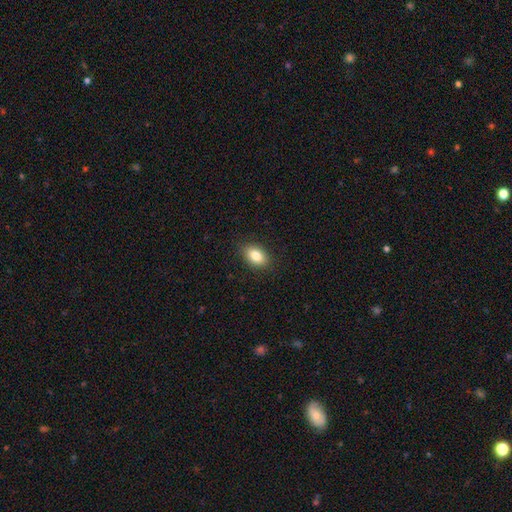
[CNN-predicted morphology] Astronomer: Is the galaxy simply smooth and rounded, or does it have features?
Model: smooth — 83%.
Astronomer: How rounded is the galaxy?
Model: in between — 86%.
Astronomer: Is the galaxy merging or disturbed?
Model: none — 88%.